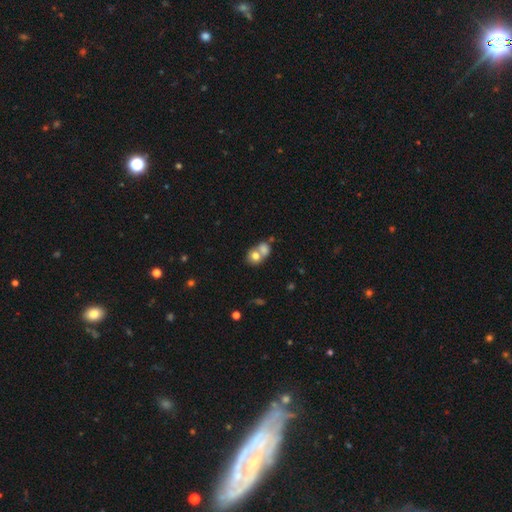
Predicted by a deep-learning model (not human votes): smooth-or-featured: smooth: 75% | featured or disk: 15% | star or artifact: 9%
  how-rounded: round: 63% | in between: 36% | cigar-shaped: 1%
  merging: merger: 64% | none: 26% | minor disturbance: 7% | major disturbance: 3%